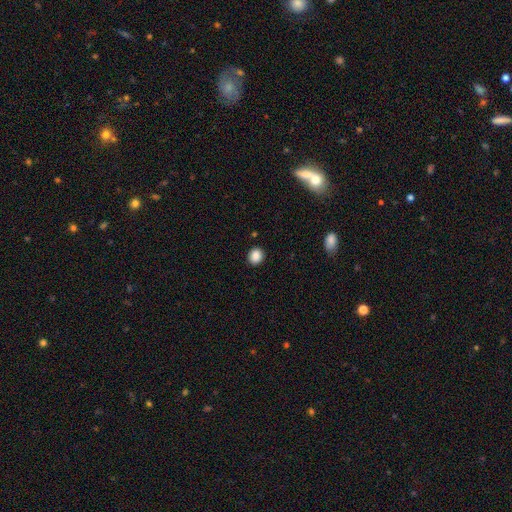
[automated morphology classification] smooth_or_featured: smooth (p=0.88) [alt: star or artifact p=0.09]
how_rounded: round (p=0.72) [alt: in between p=0.27]
merging: none (p=0.90) [alt: minor disturbance p=0.07]